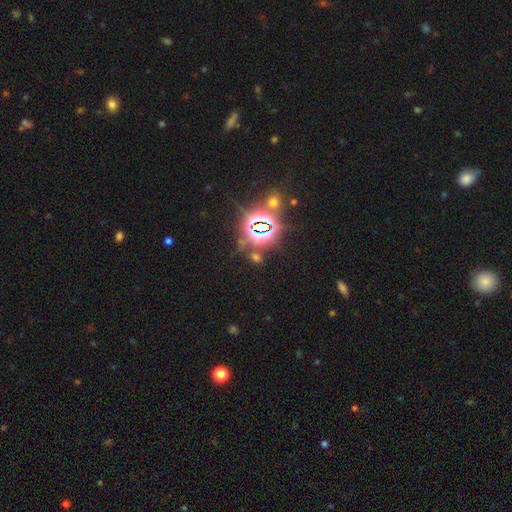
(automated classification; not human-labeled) Q: Smooth or featured?
A: star or artifact (79%); runner-up: smooth (13%)